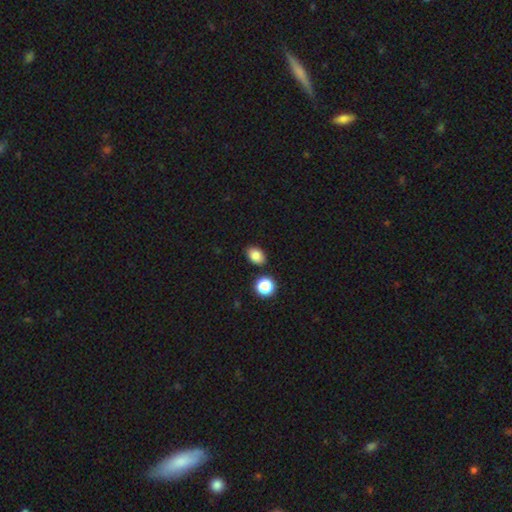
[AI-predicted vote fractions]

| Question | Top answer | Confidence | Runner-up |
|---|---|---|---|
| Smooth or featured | smooth | 84% | star or artifact (11%) |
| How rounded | in between | 75% | round (24%) |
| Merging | none | 84% | minor disturbance (9%) |